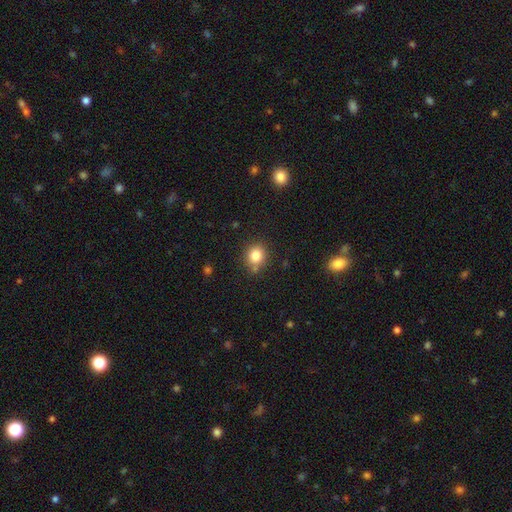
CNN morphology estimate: Smooth or featured: smooth — 81% (star or artifact — 12%)
How rounded: round — 80% (in between — 19%)
Merging: none — 77% (minor disturbance — 13%)